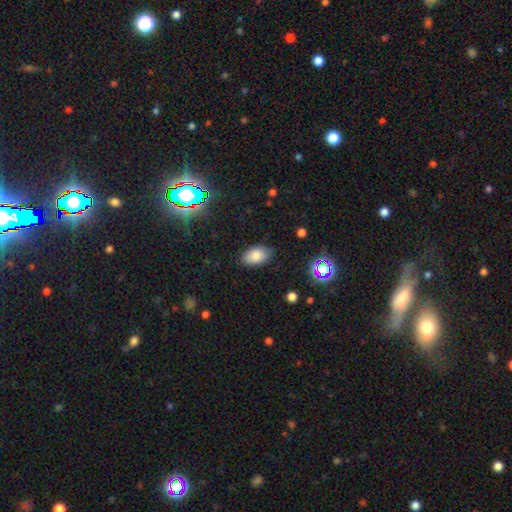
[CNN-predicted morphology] Smooth or featured? smooth (80%)
How rounded? in between (91%)
Merging? none (80%)